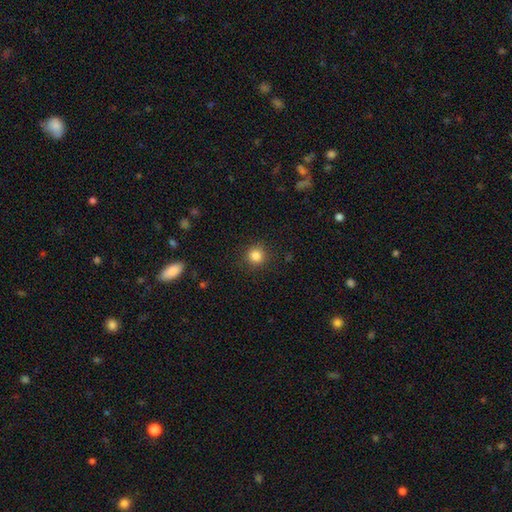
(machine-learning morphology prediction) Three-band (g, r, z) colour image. It shows a smooth galaxy with no disk features (84%) that is round (93%). Merging: none (89%).